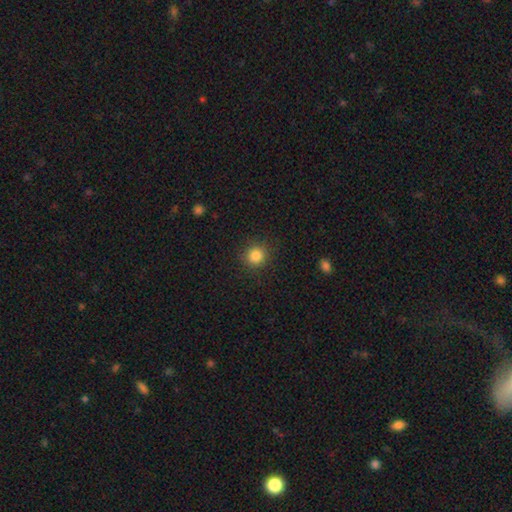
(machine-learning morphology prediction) smooth 84%, star or artifact 11%, featured or disk 5%. Down the decision tree: how rounded — round (91%); merging — none (90%).